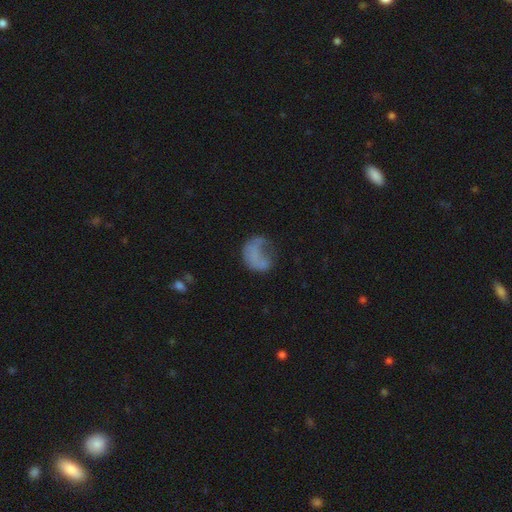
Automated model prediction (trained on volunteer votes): smooth 52%, featured or disk 35%, star or artifact 14%. Down the decision tree: how rounded — in between (51%); merging — major disturbance (45%).